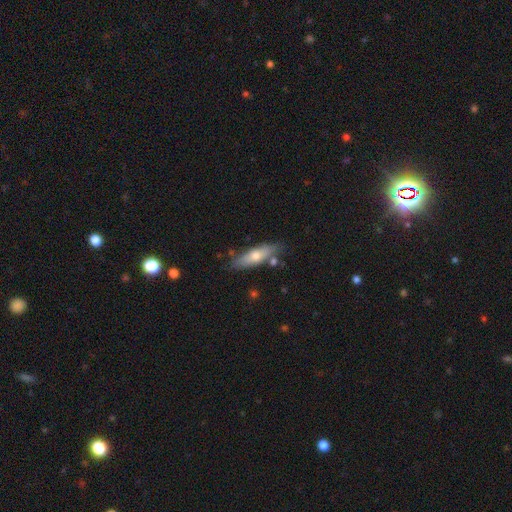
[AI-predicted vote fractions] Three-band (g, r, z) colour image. It shows a smooth galaxy with no disk features (60%) that is cigar-shaped (53%). Merging: none (74%).